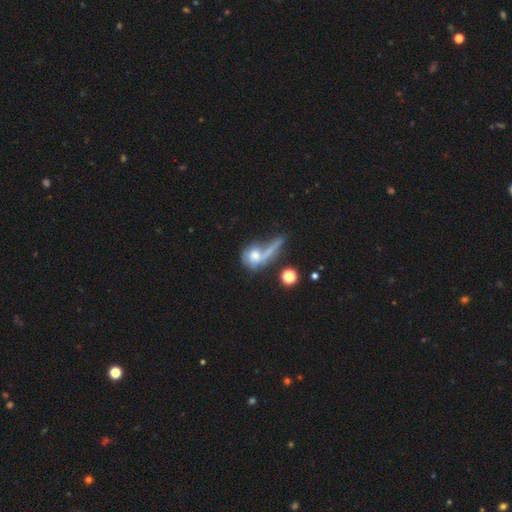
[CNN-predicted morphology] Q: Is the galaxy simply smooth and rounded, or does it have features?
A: smooth — 53%.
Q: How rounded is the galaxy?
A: round — 57%.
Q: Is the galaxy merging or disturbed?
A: merger — 29%, tied with major disturbance.